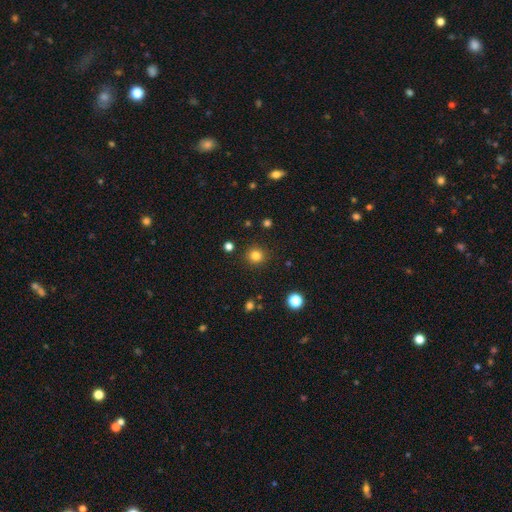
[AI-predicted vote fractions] Q: Smooth or featured?
A: smooth (82%); runner-up: star or artifact (14%)
Q: How rounded?
A: round (91%); runner-up: in between (8%)
Q: Merging?
A: none (90%); runner-up: minor disturbance (6%)